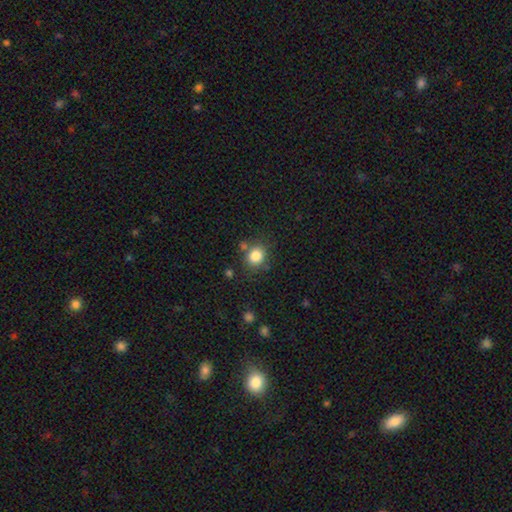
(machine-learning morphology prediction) This appears to be a smooth galaxy with no disk features (83%) that is round (79%). Merging: none (76%).